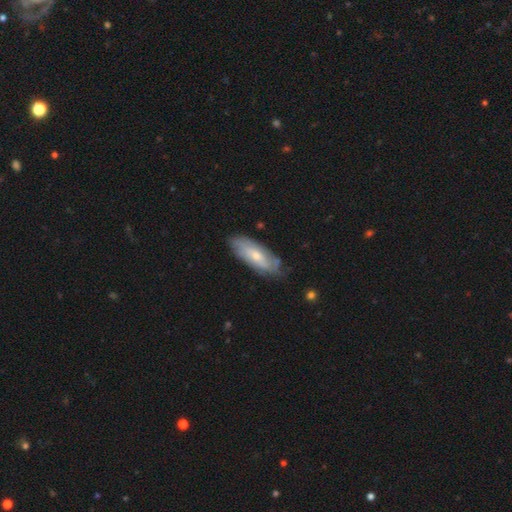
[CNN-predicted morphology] A featured or disk galaxy (52%).

Vote fractions:
- Smooth or featured? featured or disk: 52% / smooth: 43% / star or artifact: 6%
- Edge-on disk? no: 79% / yes: 21%
- Merging? none: 74% / minor disturbance: 20% / major disturbance: 4% / merger: 2%